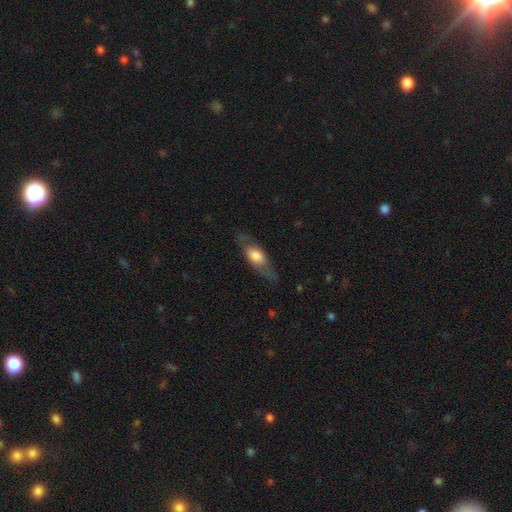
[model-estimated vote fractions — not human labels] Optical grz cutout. It shows a smooth galaxy with no disk features (49%). Merging: none (76%).